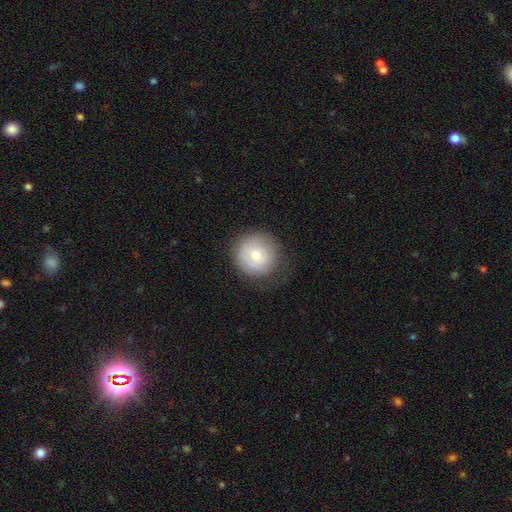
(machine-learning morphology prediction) The model was most divided on "smooth or featured": smooth: 68%, featured or disk: 25%, star or artifact: 7%. More confident: how rounded — round (94%); merging — none (73%).